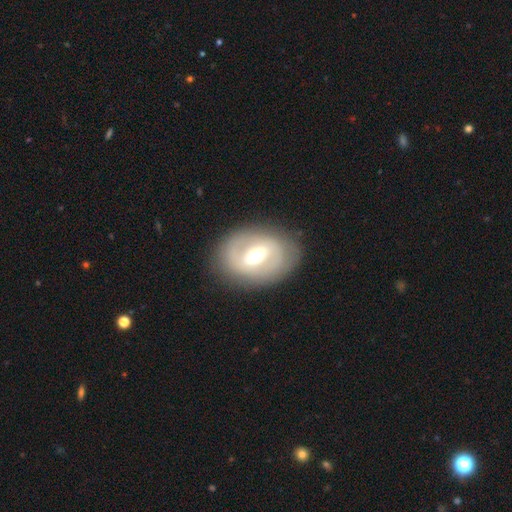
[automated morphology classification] Overall: featured or disk (67%). Edge-on disk: no (94%). Bar: weak (44%; strong 42%). Spiral arms: no (51%; yes 49%). Bulge size: moderate (71%). Merging: none (82%).